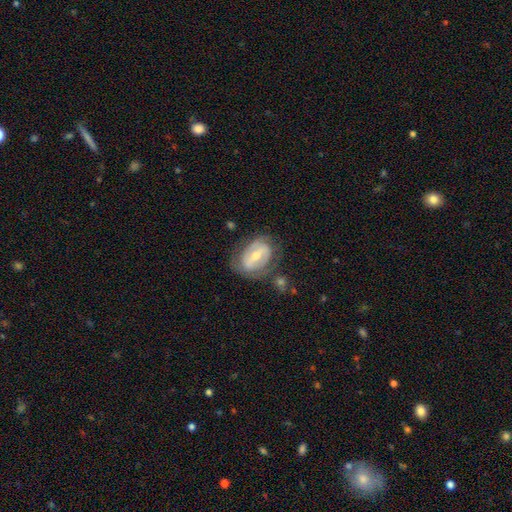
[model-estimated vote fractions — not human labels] The model was most divided on "bar": strong: 47%, weak: 37%, no: 16%. More confident: edge-on disk — no (95%); smooth or featured — featured or disk (71%); spiral arms — yes (65%); merging — none (65%); bulge size — moderate (57%).